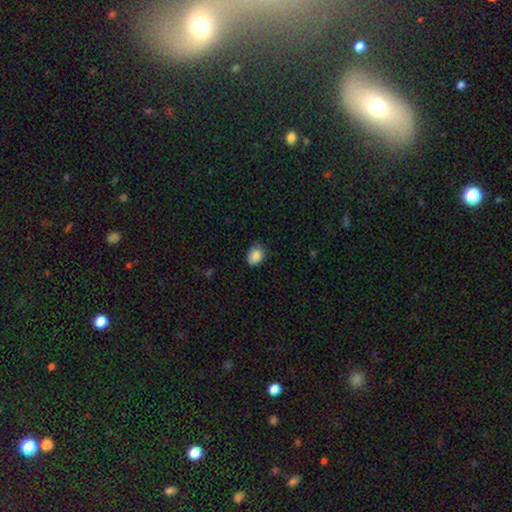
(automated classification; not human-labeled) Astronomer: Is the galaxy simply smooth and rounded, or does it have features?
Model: smooth — 84%.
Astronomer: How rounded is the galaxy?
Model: in between — 60% (runner-up: round, 39%).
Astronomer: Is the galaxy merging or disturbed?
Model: none — 71%.